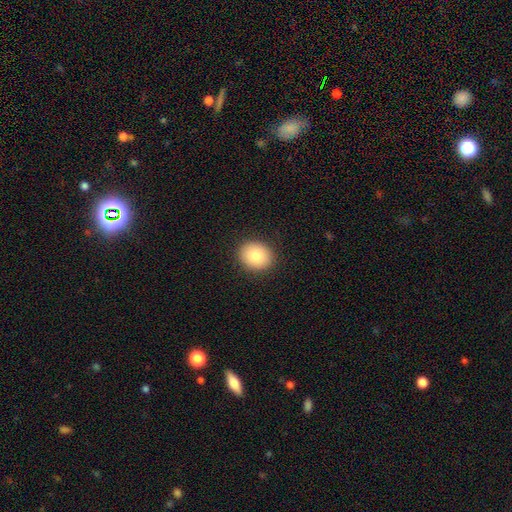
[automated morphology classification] smooth-or-featured: smooth: 83% | featured or disk: 9% | star or artifact: 9%
  how-rounded: round: 70% | in between: 29% | cigar-shaped: 1%
  merging: none: 90% | minor disturbance: 7% | major disturbance: 2% | merger: 1%